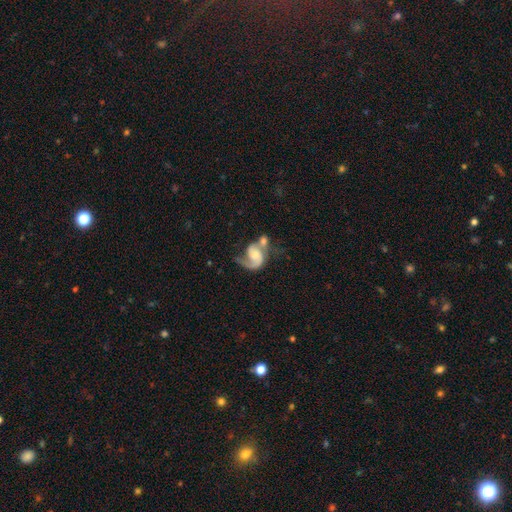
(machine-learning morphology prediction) Overall: featured or disk (81%). Edge-on disk: no (98%). Bar: no (57%; weak 34%). Spiral arms: yes (94%). Spiral arm count: 2 (60%; 1 34%). Spiral winding: medium (44%; loose 40%). Bulge size: moderate (41%; small 34%). Merging: merger (38%; none 28%).